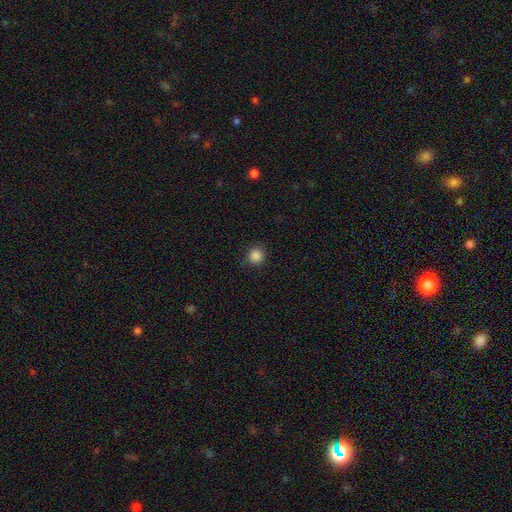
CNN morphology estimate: Q: Smooth or featured?
A: smooth (86%); runner-up: star or artifact (11%)
Q: How rounded?
A: round (91%); runner-up: in between (8%)
Q: Merging?
A: none (88%); runner-up: minor disturbance (9%)